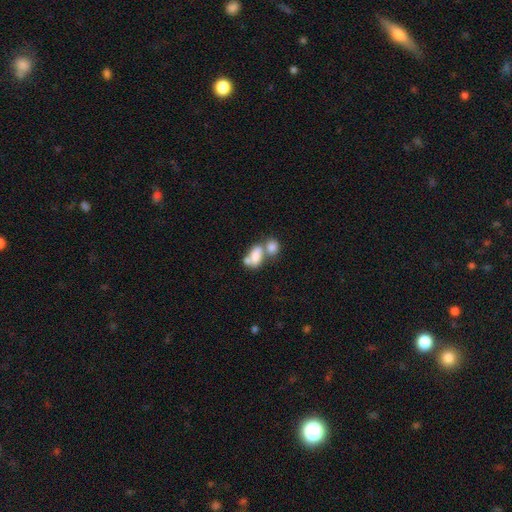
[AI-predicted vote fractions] Overall: smooth (71%). How rounded: in between (84%). Merging: merger (65%).